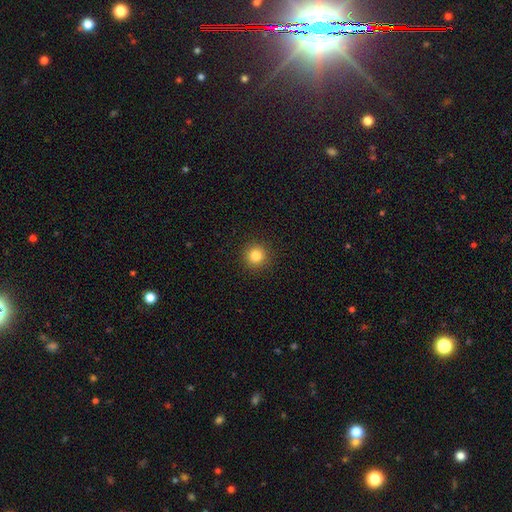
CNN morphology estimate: Q: Smooth or featured?
A: smooth (83%); runner-up: star or artifact (12%)
Q: How rounded?
A: round (95%); runner-up: in between (4%)
Q: Merging?
A: none (92%); runner-up: minor disturbance (5%)